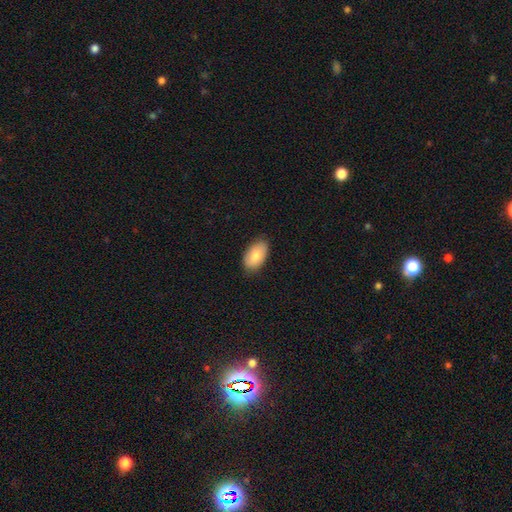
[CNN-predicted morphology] smooth-or-featured: smooth: 81% | featured or disk: 13% | star or artifact: 6%
  how-rounded: in between: 94% | round: 4% | cigar-shaped: 2%
  merging: none: 85% | minor disturbance: 12% | major disturbance: 2% | merger: 1%